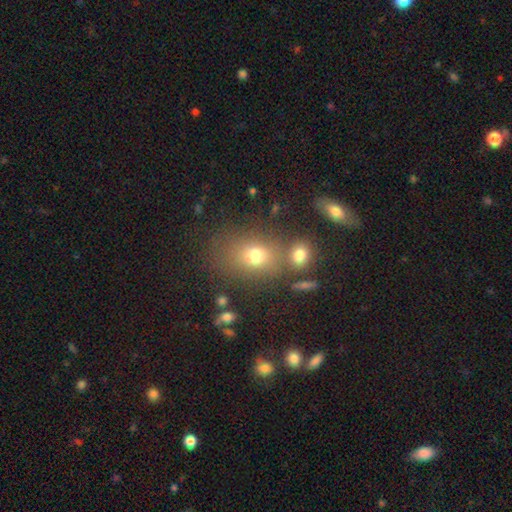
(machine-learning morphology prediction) Q: Smooth or featured?
A: smooth (71%); runner-up: star or artifact (17%)
Q: How rounded?
A: in between (56%); runner-up: round (43%)
Q: Merging?
A: none (63%); runner-up: merger (16%)